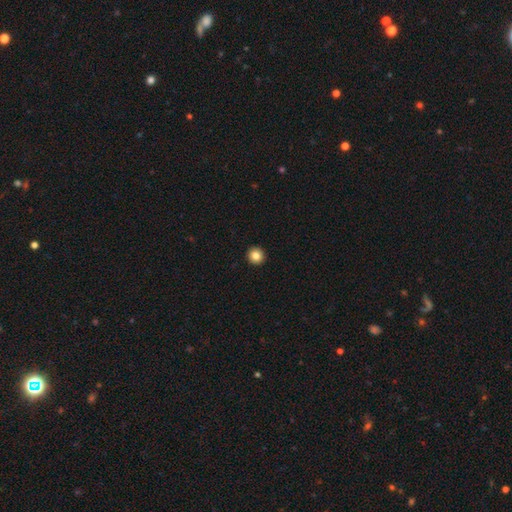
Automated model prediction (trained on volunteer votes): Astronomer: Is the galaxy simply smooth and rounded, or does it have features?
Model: smooth — 84%.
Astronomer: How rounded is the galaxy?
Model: round — 95%.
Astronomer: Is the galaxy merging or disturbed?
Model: none — 94%.